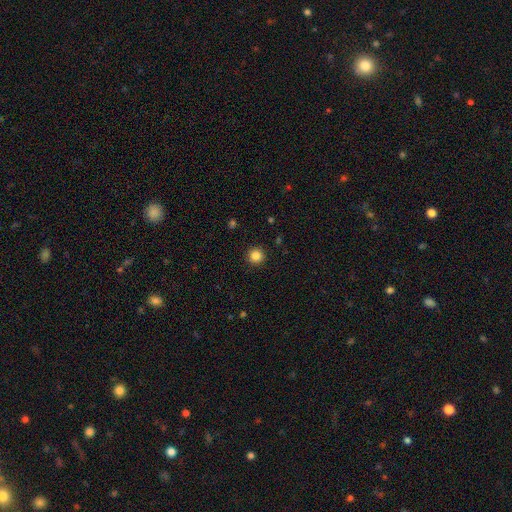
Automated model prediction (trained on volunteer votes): A smooth galaxy with no disk features (85%) that is round (96%).

Vote fractions:
- Smooth or featured? smooth: 85% / star or artifact: 11% / featured or disk: 4%
- How rounded? round: 96% / in between: 4% / cigar-shaped: 1%
- Merging? none: 93% / minor disturbance: 5% / major disturbance: 2% / merger: 1%